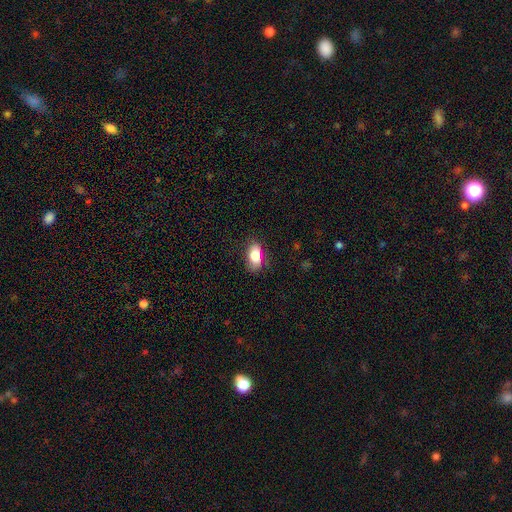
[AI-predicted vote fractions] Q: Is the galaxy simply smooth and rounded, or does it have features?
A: smooth — 83%.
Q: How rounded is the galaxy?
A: in between — 90%.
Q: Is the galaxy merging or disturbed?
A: none — 76%.